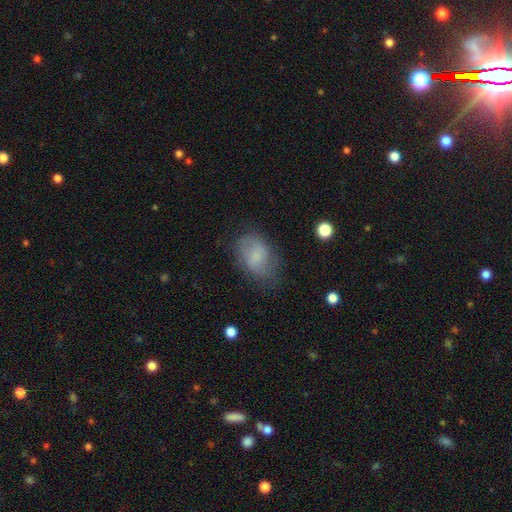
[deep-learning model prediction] A smooth galaxy with no disk features (65%) that is in between round and cigar-shaped (81%).

Vote fractions:
- Smooth or featured? smooth: 65% / featured or disk: 25% / star or artifact: 10%
- How rounded? in between: 81% / round: 18% / cigar-shaped: 2%
- Merging? none: 66% / minor disturbance: 24% / major disturbance: 9% / merger: 1%